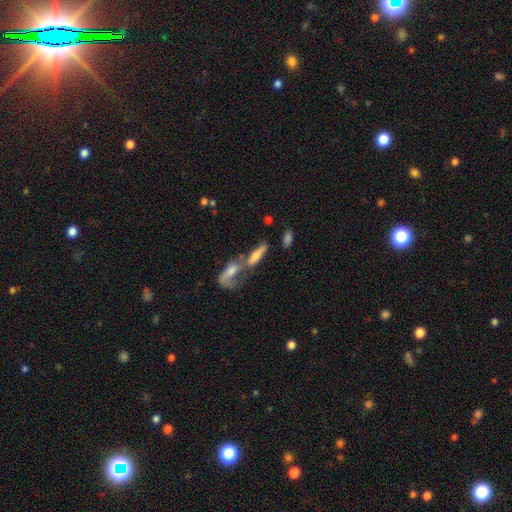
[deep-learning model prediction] This appears to be a smooth galaxy with no disk features (46%). Merging: merger (60%).